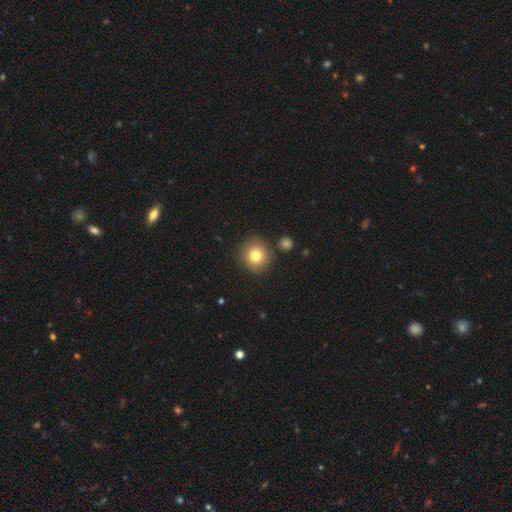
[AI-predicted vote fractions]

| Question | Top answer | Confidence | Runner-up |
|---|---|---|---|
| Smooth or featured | smooth | 80% | star or artifact (11%) |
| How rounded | round | 90% | in between (9%) |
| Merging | none | 85% | minor disturbance (8%) |